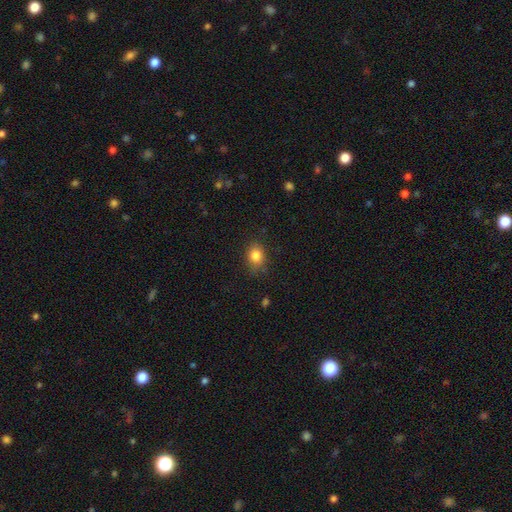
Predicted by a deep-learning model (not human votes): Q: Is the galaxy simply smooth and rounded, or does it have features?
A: smooth — 83%.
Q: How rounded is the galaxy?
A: round — 51%.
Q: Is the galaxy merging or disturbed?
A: none — 77%.